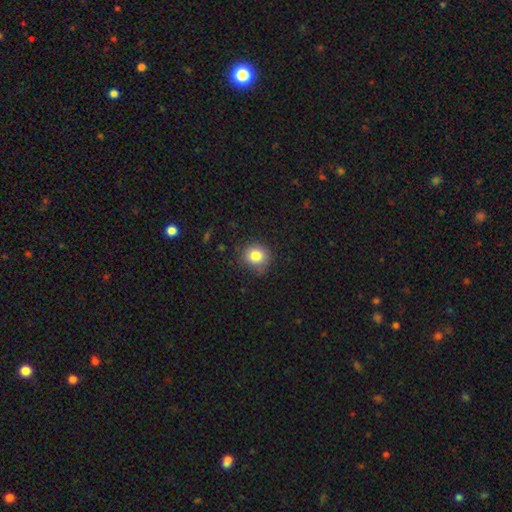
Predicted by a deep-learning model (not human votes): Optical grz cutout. It shows a smooth galaxy with no disk features (81%) that is round (86%). Merging: none (81%).